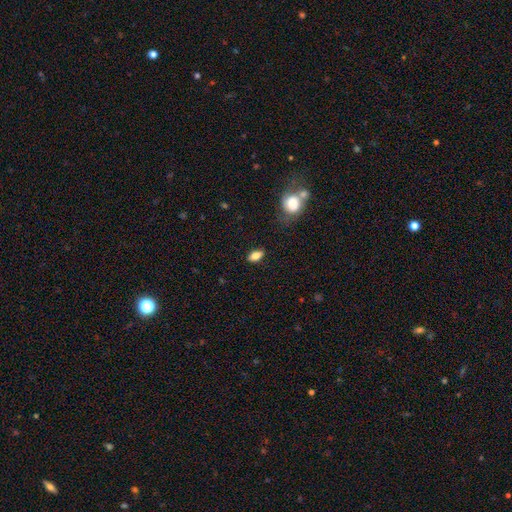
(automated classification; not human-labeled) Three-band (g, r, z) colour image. It shows a smooth galaxy with no disk features (77%) that is in between round and cigar-shaped (85%). Merging: none (86%).